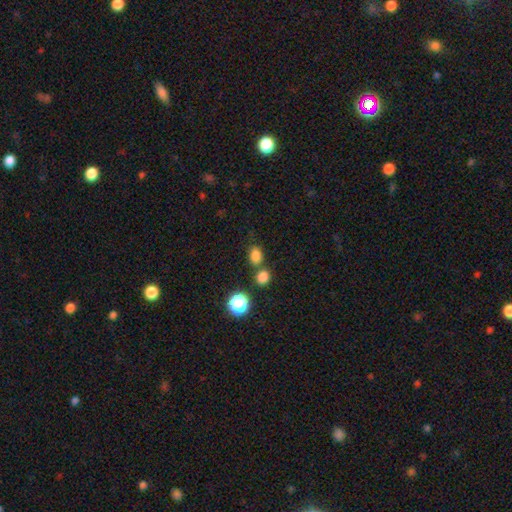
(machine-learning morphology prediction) smooth-or-featured: smooth: 80% | star or artifact: 15% | featured or disk: 5%
  how-rounded: in between: 62% | round: 37% | cigar-shaped: 1%
  merging: none: 60% | merger: 25% | minor disturbance: 11% | major disturbance: 4%